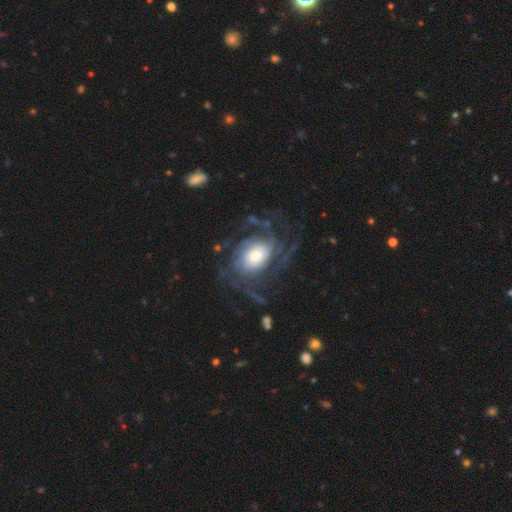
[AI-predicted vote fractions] Smooth or featured? featured or disk (87%)
Edge-on disk? no (97%)
Bar? no (72%)
Spiral arms? yes (96%)
Spiral winding? tight (51%)
Spiral arm count? can't tell (27%)
Bulge size? moderate (41%)
Merging? none (61%)